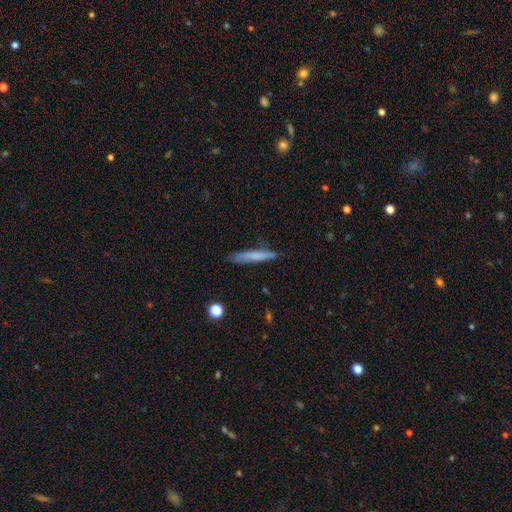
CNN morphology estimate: A smooth galaxy with no disk features (71%) that is cigar-shaped (93%).

Vote fractions:
- Smooth or featured? smooth: 71% / featured or disk: 22% / star or artifact: 7%
- How rounded? cigar-shaped: 93% / in between: 5% / round: 1%
- Merging? none: 80% / minor disturbance: 15% / major disturbance: 3% / merger: 2%